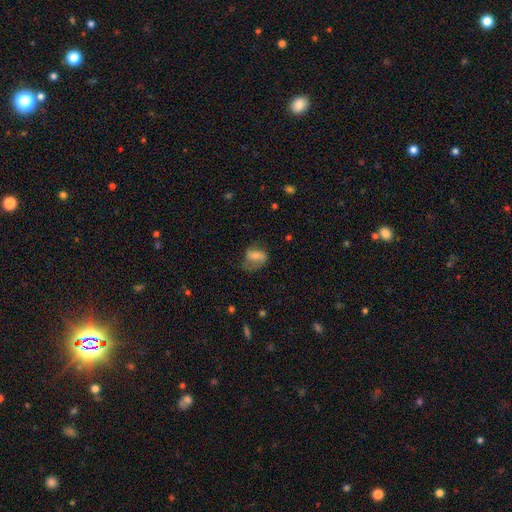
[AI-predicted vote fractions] Smooth or featured? Predicted: smooth (p=0.50). Merging? Predicted: none (p=0.46).